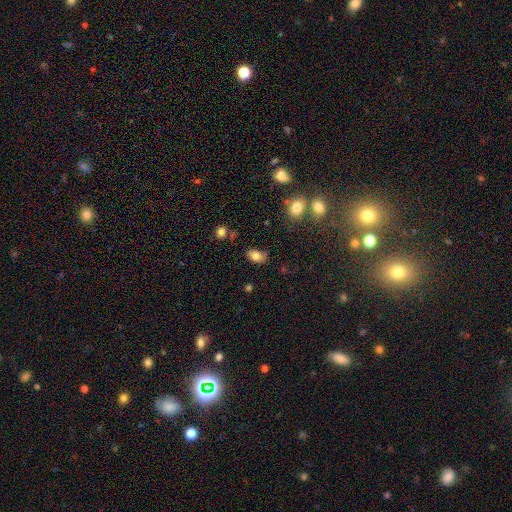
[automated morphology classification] Smooth or featured: smooth — 80% (featured or disk — 11%)
How rounded: in between — 87% (round — 11%)
Merging: none — 69% (minor disturbance — 22%)